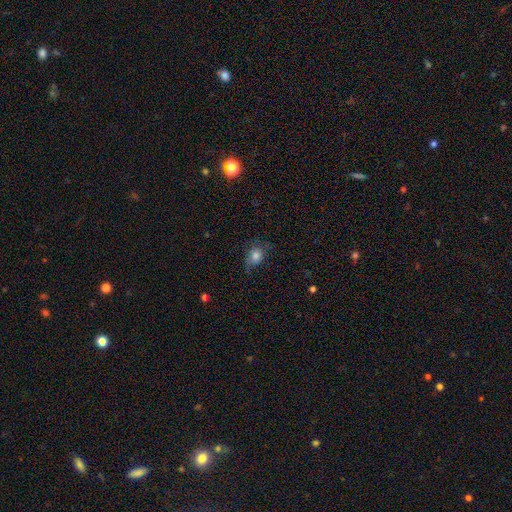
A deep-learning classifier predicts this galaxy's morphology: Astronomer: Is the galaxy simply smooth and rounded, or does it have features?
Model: smooth — 69%.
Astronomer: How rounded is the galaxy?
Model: in between — 52% (runner-up: round, 46%).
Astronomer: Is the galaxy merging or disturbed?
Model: none — 58%.